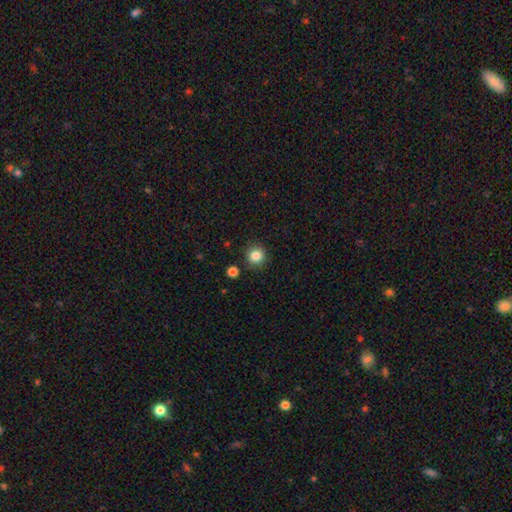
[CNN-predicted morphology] Smooth or featured? Predicted: smooth (p=0.85). How rounded? Predicted: round (p=0.92). Merging? Predicted: none (p=0.88).